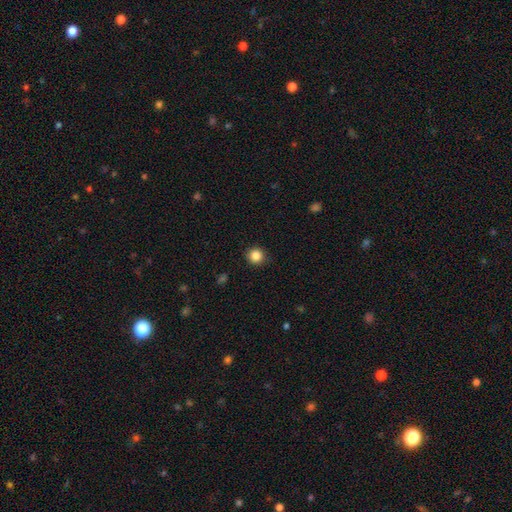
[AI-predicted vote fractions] This is clearly a smooth galaxy (86%). How rounded: clearly round (93%). Merging: clearly none (91%).